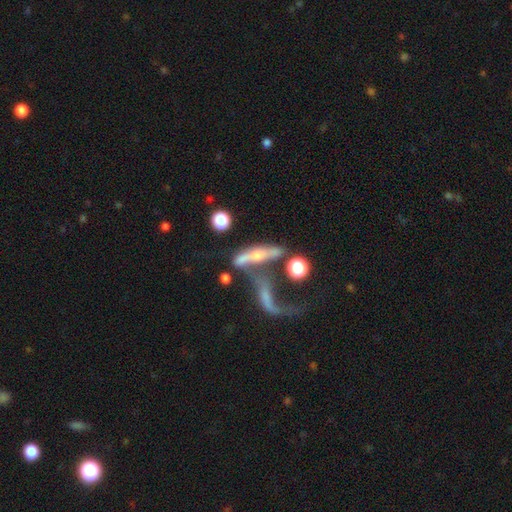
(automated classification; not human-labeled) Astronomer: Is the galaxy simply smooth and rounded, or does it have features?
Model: featured or disk — 56% (runner-up: smooth, 34%).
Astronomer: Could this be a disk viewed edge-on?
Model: yes — 54% (runner-up: no, 46%).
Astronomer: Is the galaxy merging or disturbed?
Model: merger — 44% (runner-up: major disturbance, 22%).